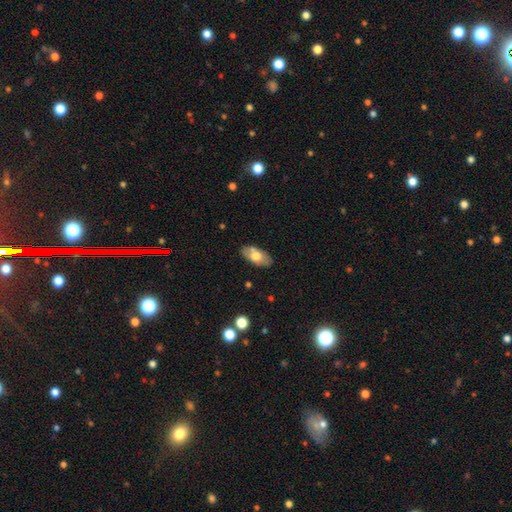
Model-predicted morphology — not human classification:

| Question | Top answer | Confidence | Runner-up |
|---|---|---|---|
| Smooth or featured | smooth | 65% | featured or disk (29%) |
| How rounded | in between | 92% | cigar-shaped (4%) |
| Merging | none | 79% | minor disturbance (13%) |